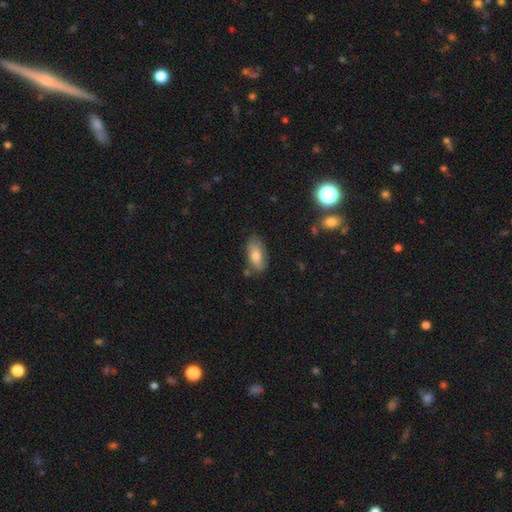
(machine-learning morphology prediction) A smooth galaxy with no disk features (71%) that is in between round and cigar-shaped (88%).

Vote fractions:
- Smooth or featured? smooth: 71% / featured or disk: 22% / star or artifact: 7%
- How rounded? in between: 88% / cigar-shaped: 9% / round: 3%
- Merging? none: 70% / minor disturbance: 22% / major disturbance: 5% / merger: 4%